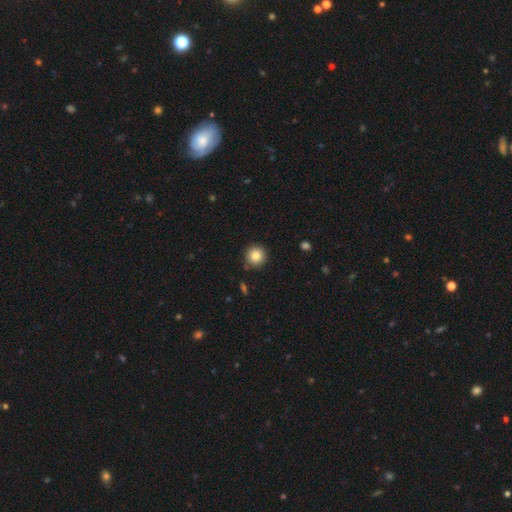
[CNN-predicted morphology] This appears to be a smooth galaxy with no disk features (84%) that is round (94%). Merging: none (88%).